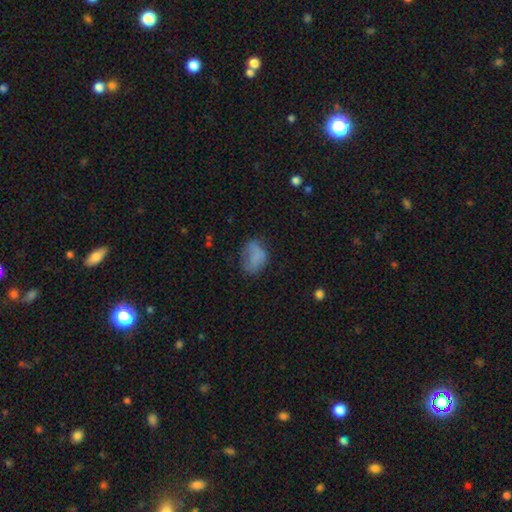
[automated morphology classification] type=smooth (71%); roundness=in between (70%); merging=none (50%).